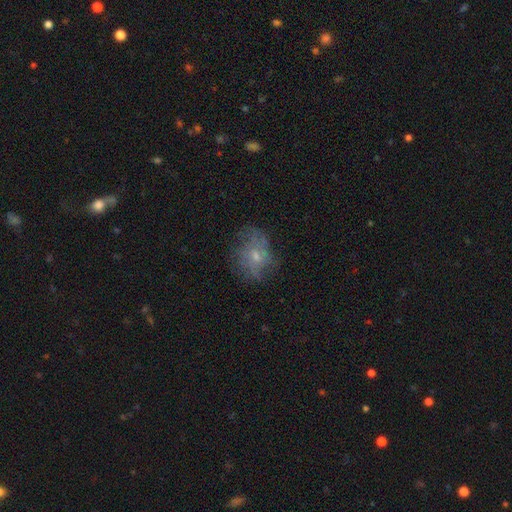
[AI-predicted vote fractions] Smooth or featured? Predicted: smooth (p=0.44). Merging? Predicted: none (p=0.57).